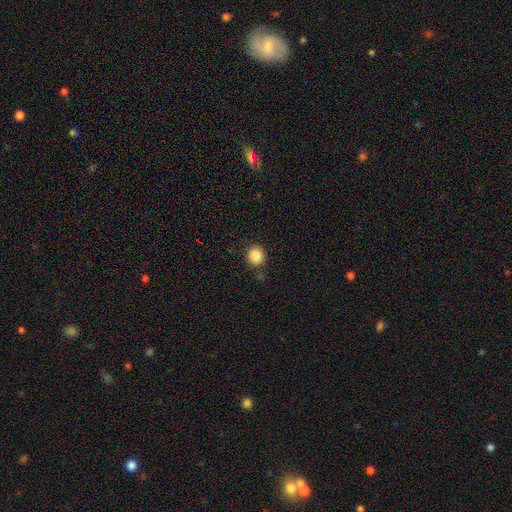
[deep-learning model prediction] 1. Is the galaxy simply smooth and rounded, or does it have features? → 86% smooth, 10% star or artifact, 4% featured or disk.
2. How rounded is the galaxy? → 83% round, 16% in between, 1% cigar-shaped.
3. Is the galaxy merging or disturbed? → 84% none, 11% minor disturbance, 3% major disturbance, 3% merger.